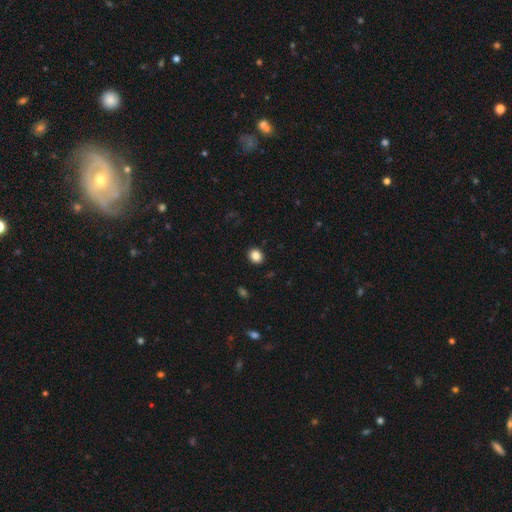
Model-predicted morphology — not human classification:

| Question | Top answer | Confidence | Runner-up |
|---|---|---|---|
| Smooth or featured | smooth | 85% | star or artifact (10%) |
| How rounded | round | 69% | in between (30%) |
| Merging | none | 91% | minor disturbance (6%) |